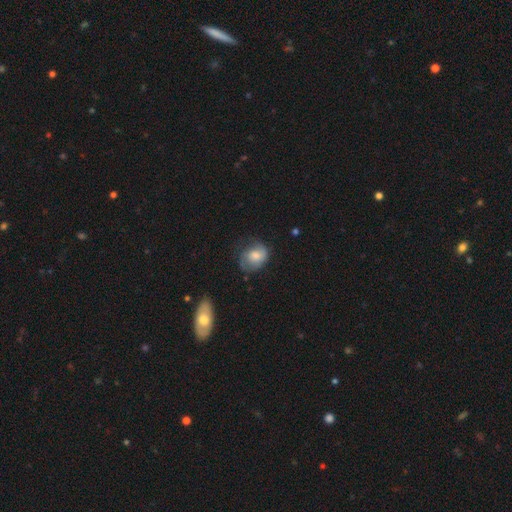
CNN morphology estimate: Q: Smooth or featured?
A: smooth (64%); runner-up: featured or disk (28%)
Q: How rounded?
A: in between (52%); runner-up: round (47%)
Q: Merging?
A: none (50%); runner-up: minor disturbance (32%)